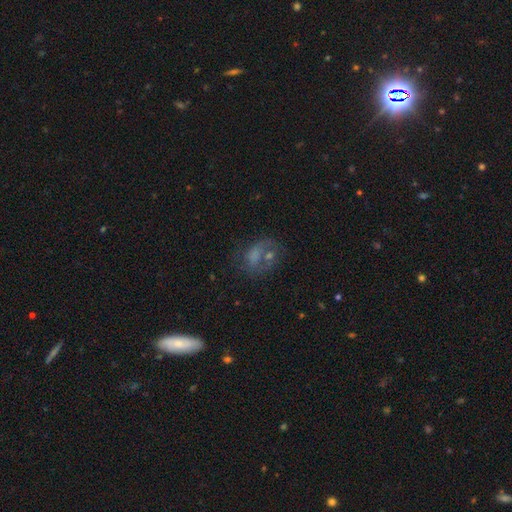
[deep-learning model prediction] Smooth or featured? featured or disk (46%)
Merging? none (39%)